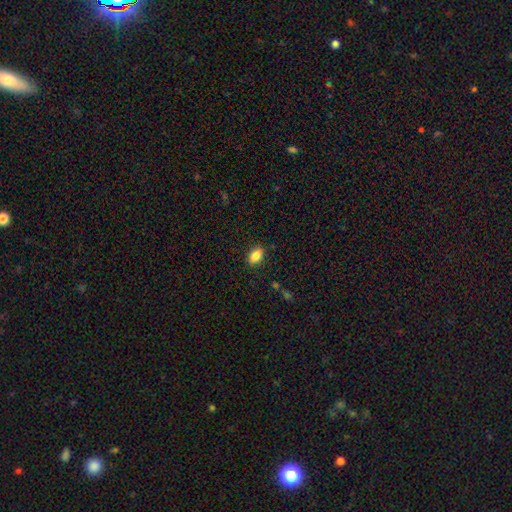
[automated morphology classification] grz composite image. It shows a smooth galaxy with no disk features (86%) that is in between round and cigar-shaped (89%). Merging: none (87%).